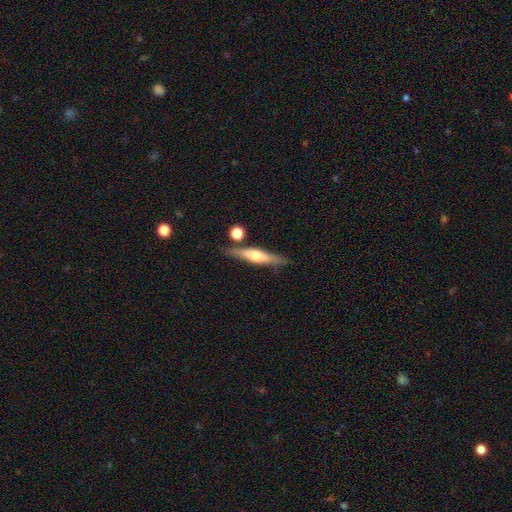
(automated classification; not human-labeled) featured or disk 58%, smooth 35%, star or artifact 6%. Down the decision tree: edge-on disk — yes (93%); edge-on bulge — rounded (88%); merging — none (77%).